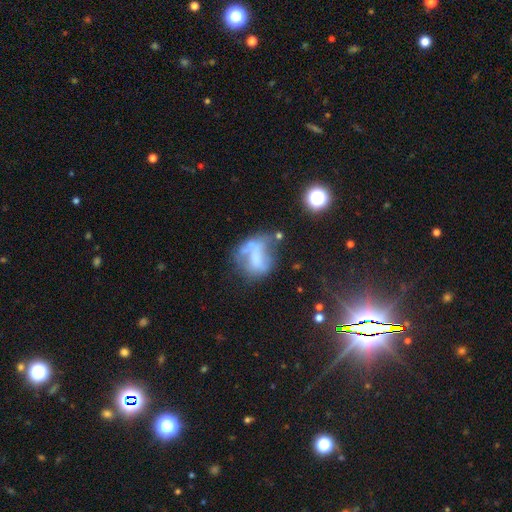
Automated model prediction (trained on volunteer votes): Smooth or featured: featured or disk — 48% (smooth — 38%)
Merging: major disturbance — 31% (none — 30%)